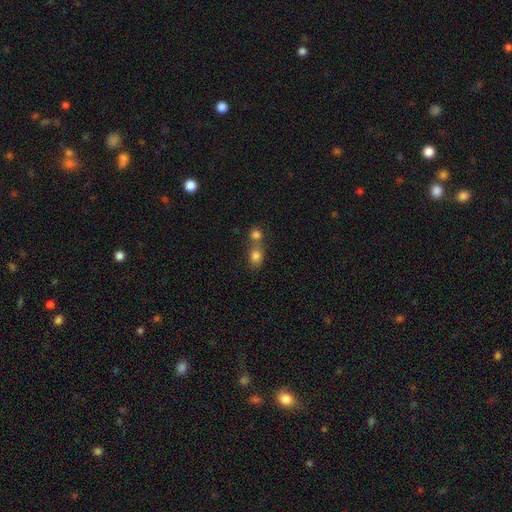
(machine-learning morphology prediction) Overall: smooth (80%). How rounded: round (54%; in between 44%). Merging: merger (48%; none 42%).